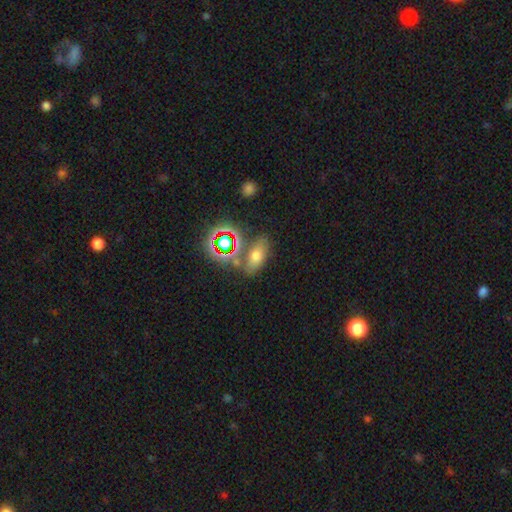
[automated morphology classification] Smooth or featured? Predicted: smooth (p=0.57). How rounded? Predicted: in between (p=0.80). Merging? Predicted: none (p=0.70).